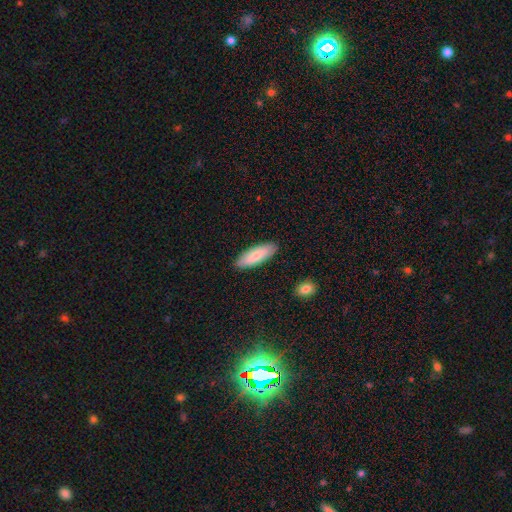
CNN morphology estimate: A smooth galaxy with no disk features (81%) that is in between round and cigar-shaped (57%).

Vote fractions:
- Smooth or featured? smooth: 81% / featured or disk: 14% / star or artifact: 5%
- How rounded? in between: 57% / cigar-shaped: 42% / round: 2%
- Merging? none: 89% / minor disturbance: 8% / major disturbance: 2% / merger: 1%